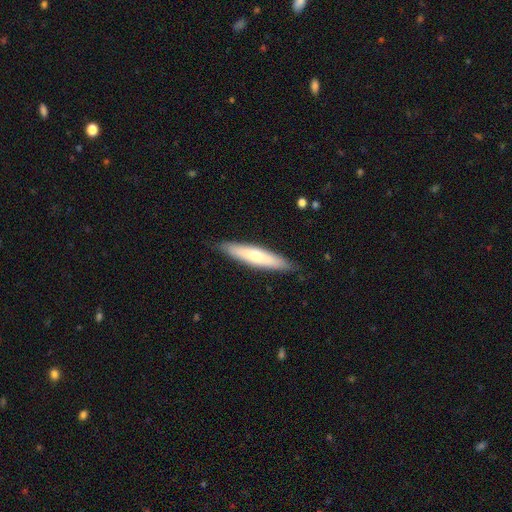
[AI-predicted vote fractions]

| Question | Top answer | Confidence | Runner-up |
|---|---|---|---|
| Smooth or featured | smooth | 55% | featured or disk (38%) |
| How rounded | cigar-shaped | 86% | in between (13%) |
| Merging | none | 89% | minor disturbance (9%) |